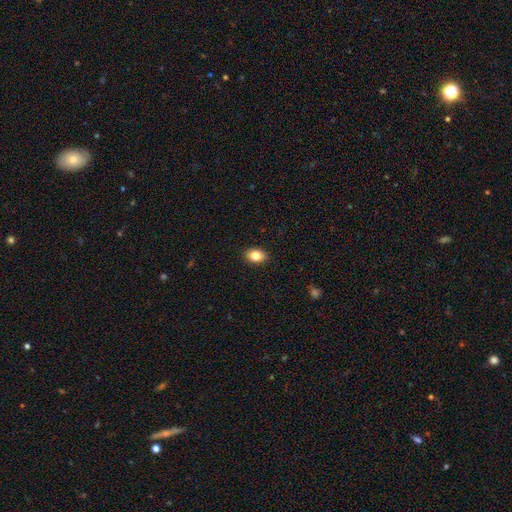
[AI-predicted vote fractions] Morphology: type=smooth (83%); roundness=in between (78%); merging=none (89%).